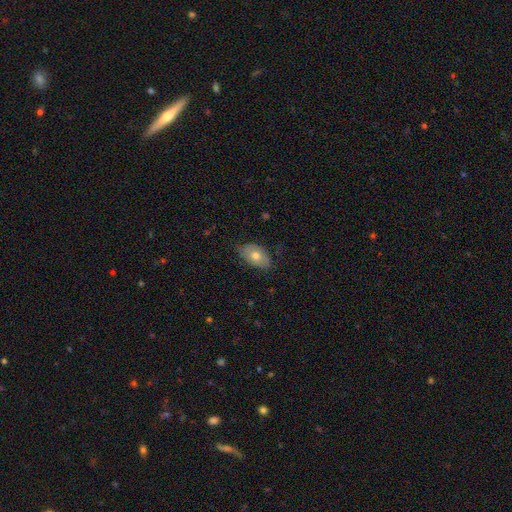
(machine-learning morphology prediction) Overall: smooth (64%; featured or disk 29%). How rounded: in between (91%). Merging: none (73%).